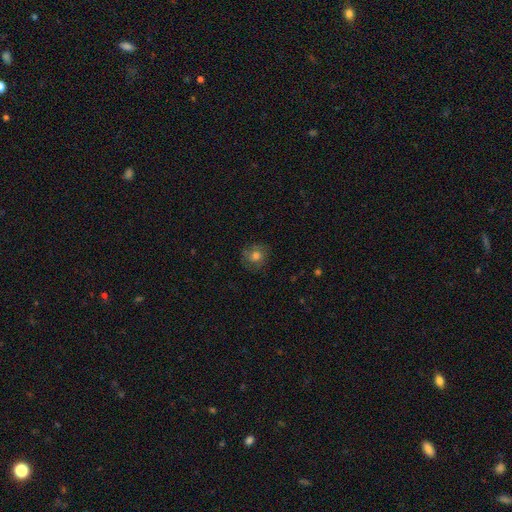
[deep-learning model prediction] Smooth or featured? smooth (63%)
How rounded? round (85%)
Merging? none (77%)